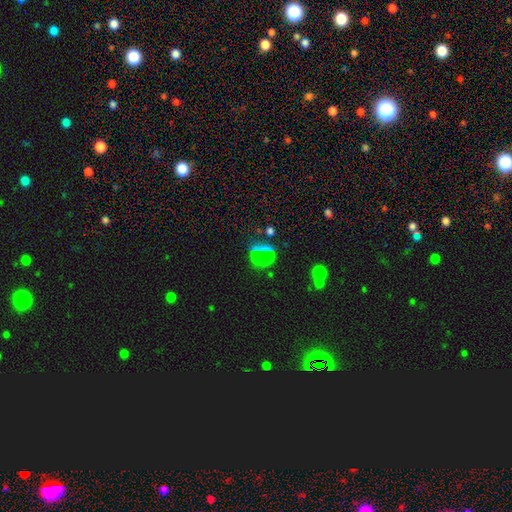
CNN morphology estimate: This appears to be a star or artifact, not a galaxy (45%).